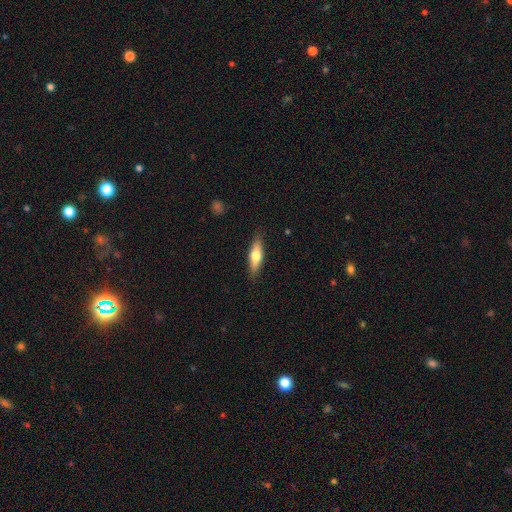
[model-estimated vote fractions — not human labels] A smooth galaxy with no disk features (59%) that is cigar-shaped (58%).

Vote fractions:
- Smooth or featured? smooth: 59% / featured or disk: 35% / star or artifact: 6%
- How rounded? cigar-shaped: 58% / in between: 40% / round: 2%
- Merging? none: 87% / minor disturbance: 10% / major disturbance: 2% / merger: 1%